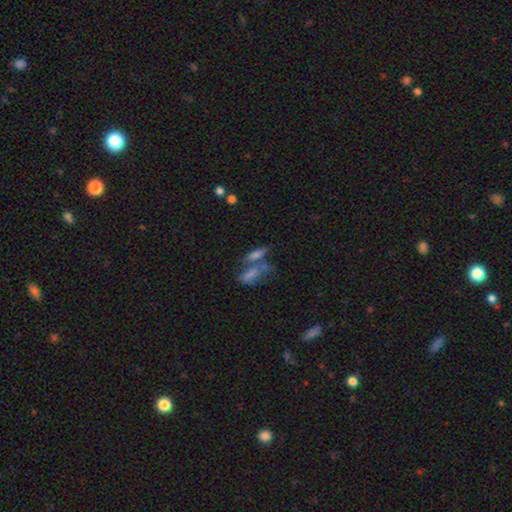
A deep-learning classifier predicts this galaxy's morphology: This appears to be a smooth galaxy with no disk features (59%) that is in between round and cigar-shaped (50%). Merging: merger (43%).